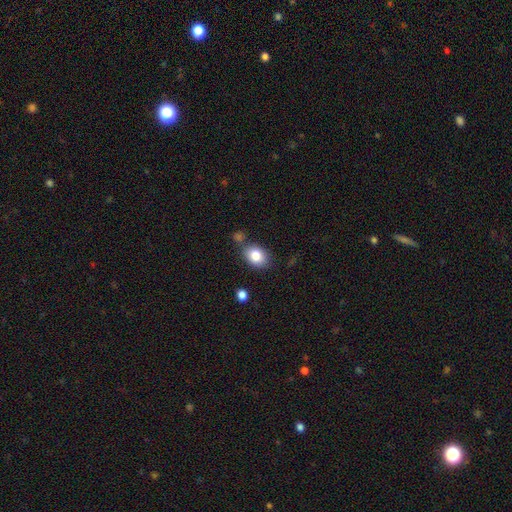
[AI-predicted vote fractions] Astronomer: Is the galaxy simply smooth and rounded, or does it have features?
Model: smooth — 82%.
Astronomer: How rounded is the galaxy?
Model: in between — 69%.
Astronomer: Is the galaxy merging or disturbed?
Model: none — 73%.